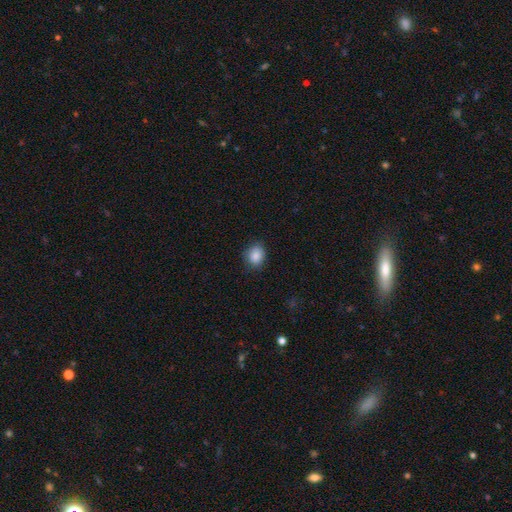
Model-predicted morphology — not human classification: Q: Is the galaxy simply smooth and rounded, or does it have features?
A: smooth — 87%.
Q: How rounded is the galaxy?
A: round — 61%.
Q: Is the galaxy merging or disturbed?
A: none — 80%.